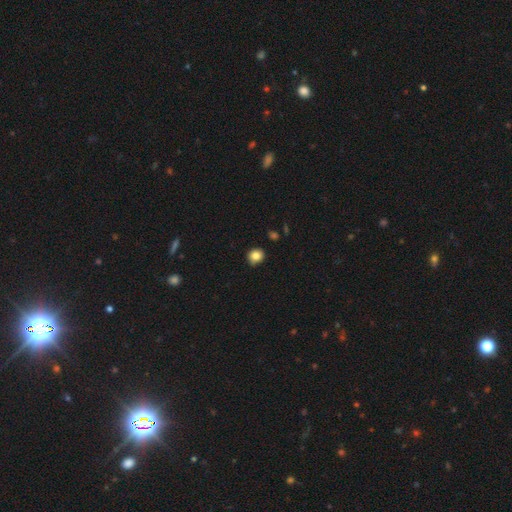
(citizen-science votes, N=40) Overall: smooth (85%). How rounded: round (85%). Merging: none (69%; minor disturbance 31%).